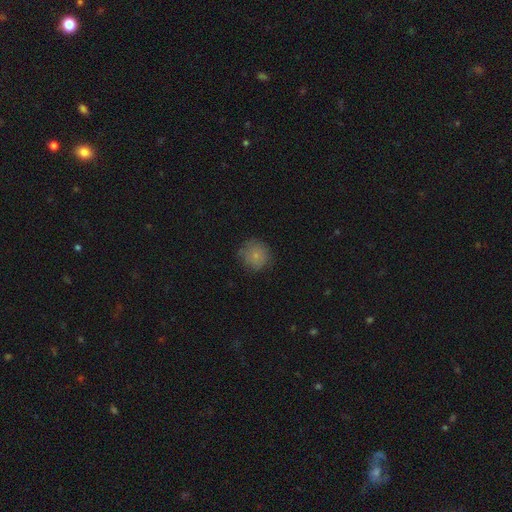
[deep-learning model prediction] The model was most divided on "merging": none: 75%, minor disturbance: 18%, major disturbance: 6%, merger: 1%. More confident: how rounded — round (92%); smooth or featured — smooth (77%).